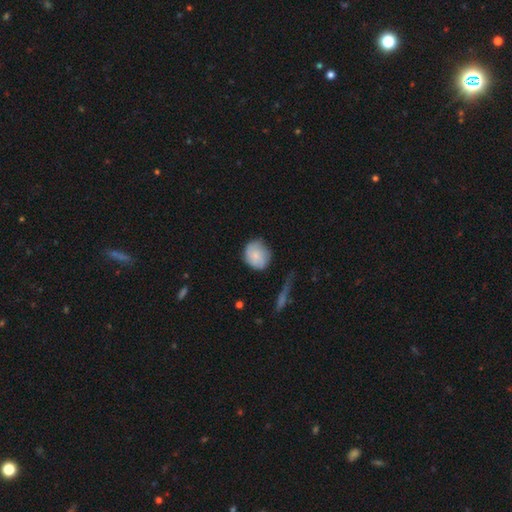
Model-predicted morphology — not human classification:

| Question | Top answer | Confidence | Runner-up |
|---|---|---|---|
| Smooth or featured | smooth | 70% | featured or disk (23%) |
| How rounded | round | 73% | in between (26%) |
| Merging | none | 66% | minor disturbance (24%) |